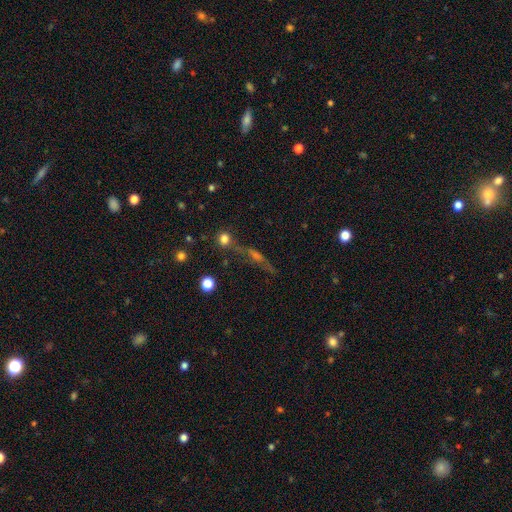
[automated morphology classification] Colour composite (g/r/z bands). It shows a featured or disk galaxy (50%) viewed edge-on (80%). Merging: none (64%).